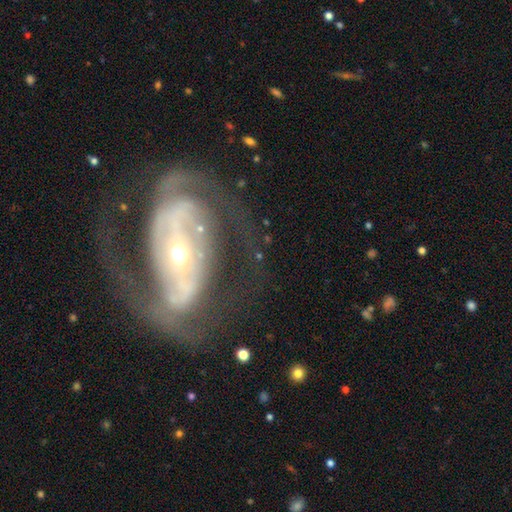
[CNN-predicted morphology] Smooth or featured? featured or disk (86%)
Edge-on disk? no (94%)
Bar? strong (53%)
Spiral arms? yes (88%)
Spiral winding? medium (45%)
Spiral arm count? 2 (76%)
Bulge size? small (60%)
Merging? none (63%)